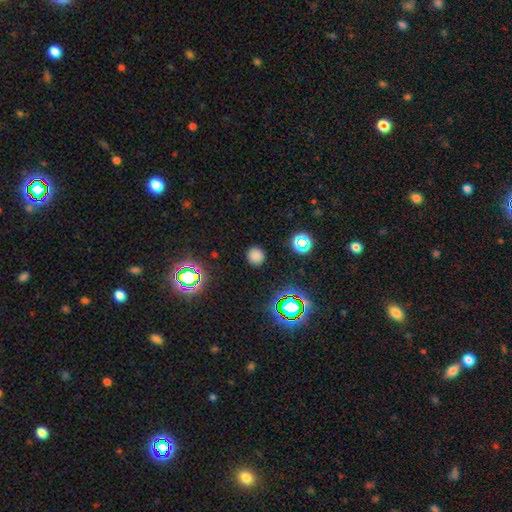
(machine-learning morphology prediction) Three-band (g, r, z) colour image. It shows a smooth galaxy with no disk features (73%) that is round (90%). Merging: none (89%).